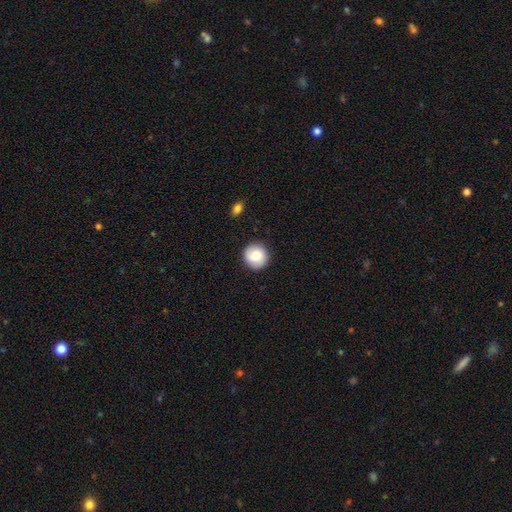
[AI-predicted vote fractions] Overall: smooth (81%). How rounded: round (93%). Merging: none (90%).